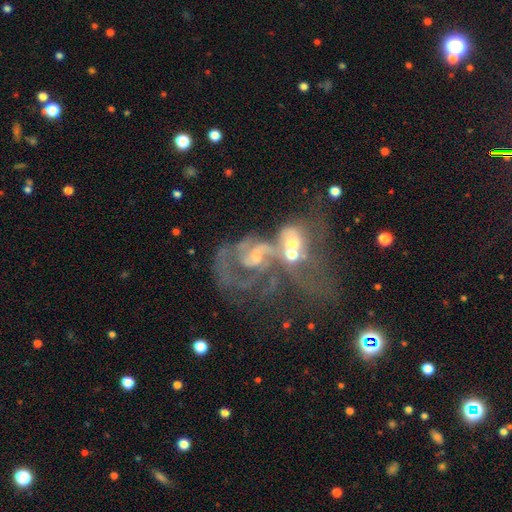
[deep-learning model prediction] Smooth or featured?
  - featured or disk: 76% *
  - smooth: 13%
  - star or artifact: 12%
Edge-on disk?
  - no: 97% *
  - yes: 3%
Bar?
  - no: 63% *
  - weak: 28%
  - strong: 8%
Spiral arms?
  - yes: 75% *
  - no: 25%
Spiral winding?
  - medium: 42% *
  - loose: 30%
  - tight: 29%
Spiral arm count?
  - 2: 36% *
  - can't tell: 33%
  - 1: 14%
  - 3: 10%
  - 4: 3%
  - more than 4: 3%
Bulge size?
  - moderate: 41% *
  - small: 39%
  - none: 13%
  - large: 5%
  - dominant: 2%
Merging?
  - merger: 64% *
  - major disturbance: 19%
  - none: 11%
  - minor disturbance: 6%